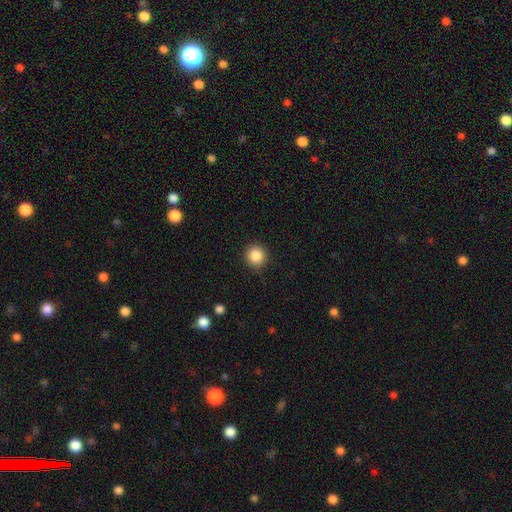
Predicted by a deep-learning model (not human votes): The model was most divided on "smooth or featured": smooth: 86%, star or artifact: 10%, featured or disk: 4%. More confident: how rounded — round (94%); merging — none (90%).